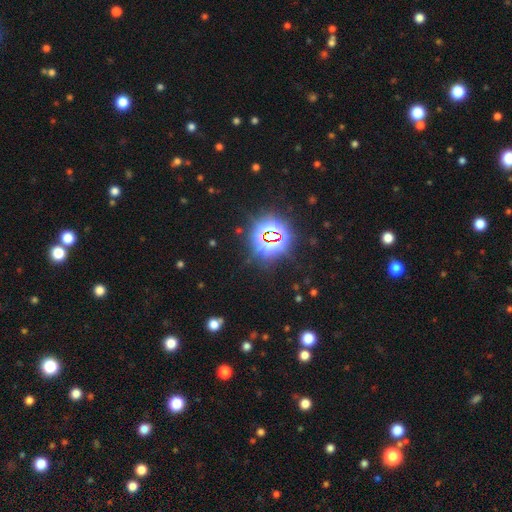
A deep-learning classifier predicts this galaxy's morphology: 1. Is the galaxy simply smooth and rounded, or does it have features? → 79% star or artifact, 14% smooth, 6% featured or disk.